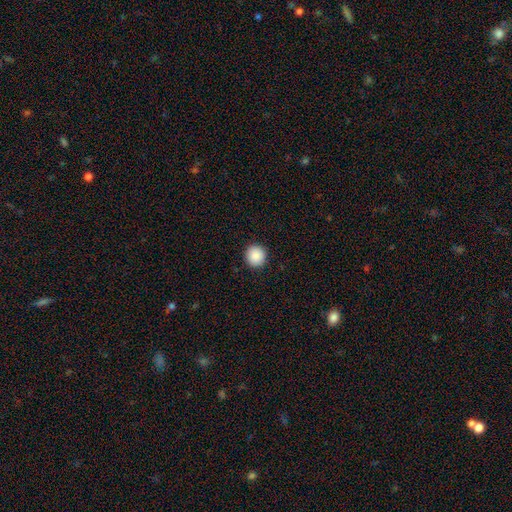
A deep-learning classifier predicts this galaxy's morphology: This is clearly a smooth galaxy (89%). How rounded: clearly round (93%). Merging: clearly none (93%).